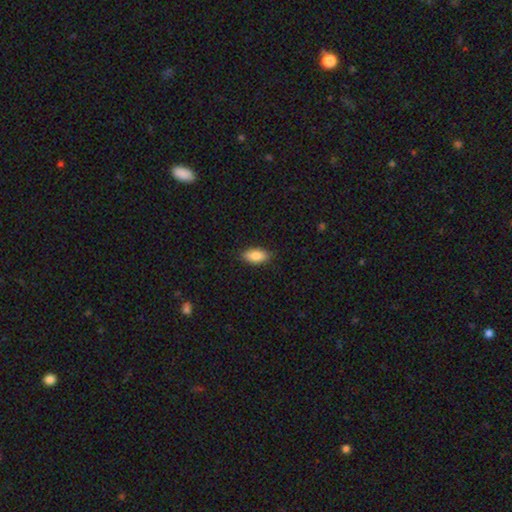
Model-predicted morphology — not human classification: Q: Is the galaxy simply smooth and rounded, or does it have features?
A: smooth — 86%.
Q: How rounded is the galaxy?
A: in between — 90%.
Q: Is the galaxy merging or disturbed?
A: none — 87%.